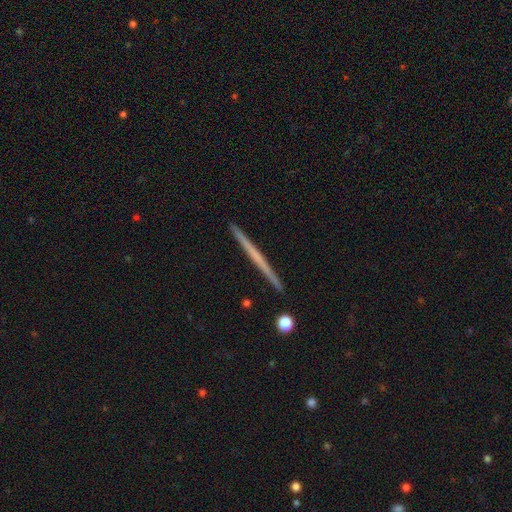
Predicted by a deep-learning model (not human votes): Smooth or featured? Predicted: featured or disk (p=0.59). Edge-on disk? Predicted: yes (p=0.98). Edge-on bulge? Predicted: none (p=0.87). Merging? Predicted: none (p=0.93).